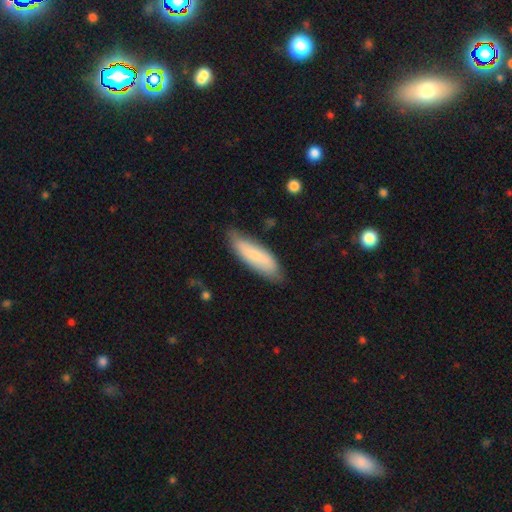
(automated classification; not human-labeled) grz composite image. It shows a smooth galaxy with no disk features (73%) that is cigar-shaped (51%). Merging: none (74%).